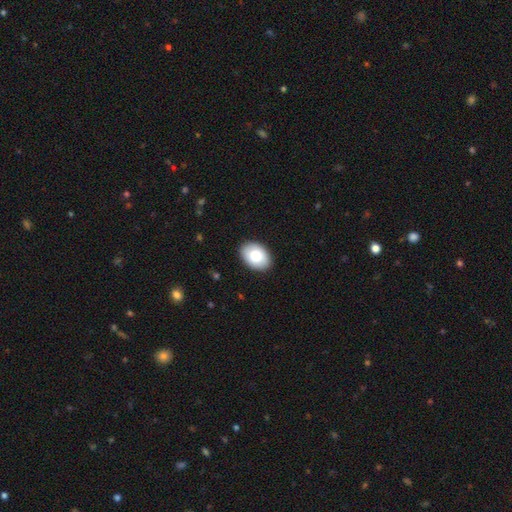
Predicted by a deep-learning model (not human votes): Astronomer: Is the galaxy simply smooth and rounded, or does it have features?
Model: smooth — 81%.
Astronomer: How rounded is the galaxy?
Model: in between — 85%.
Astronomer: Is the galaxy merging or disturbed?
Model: none — 89%.